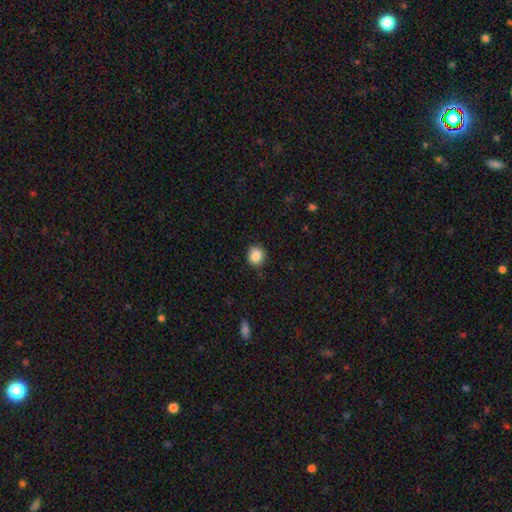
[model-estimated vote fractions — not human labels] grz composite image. It shows a smooth galaxy with no disk features (87%) that is round (84%). Merging: none (84%).